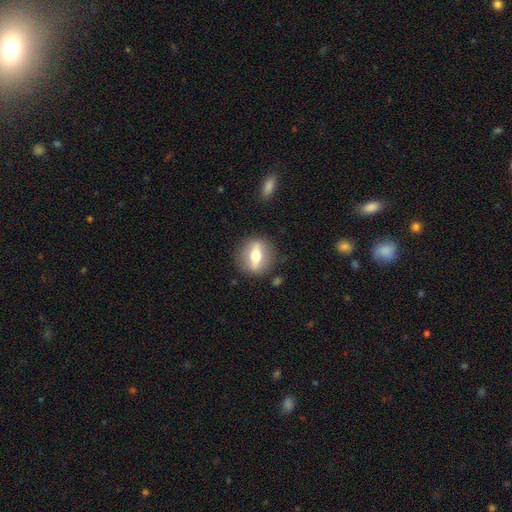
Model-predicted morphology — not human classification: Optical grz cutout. It shows a featured or disk galaxy (55%) viewed edge-on (53%). Merging: none (85%).